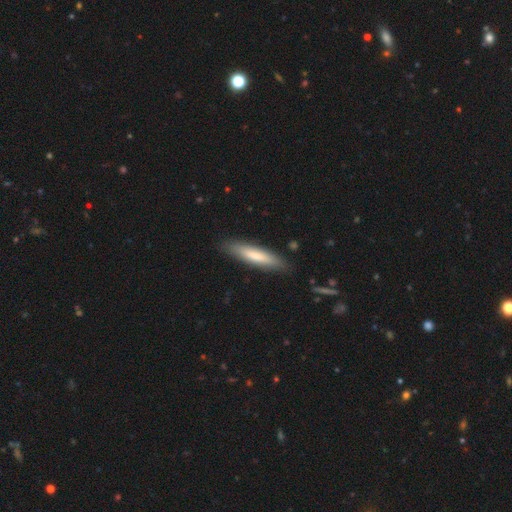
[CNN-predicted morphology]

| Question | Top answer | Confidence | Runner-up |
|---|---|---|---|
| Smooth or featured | smooth | 71% | featured or disk (24%) |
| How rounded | cigar-shaped | 81% | in between (18%) |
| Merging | none | 86% | minor disturbance (10%) |